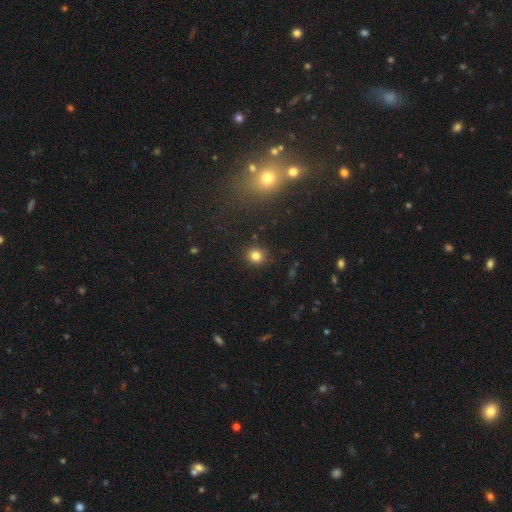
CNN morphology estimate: A smooth galaxy with no disk features (82%) that is round (80%). Merging: none (88%).